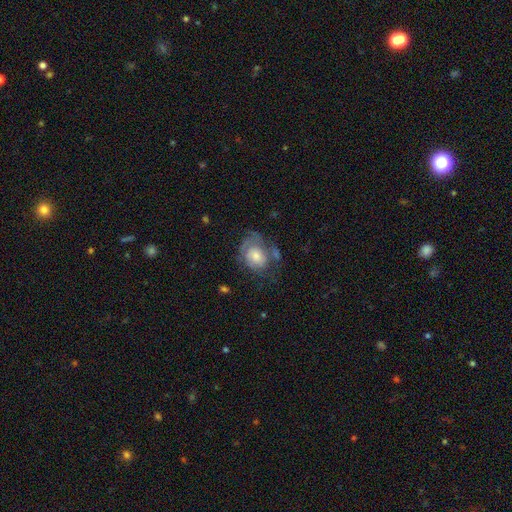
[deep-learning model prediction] This is possibly a featured or disk galaxy (54%). It is clearly not viewed edge-on (96%). Bar: likely no (79%). Spiral arm pattern: likely yes (67%). Central bulge: possibly moderate (51%). Merging: marginally none (44%).